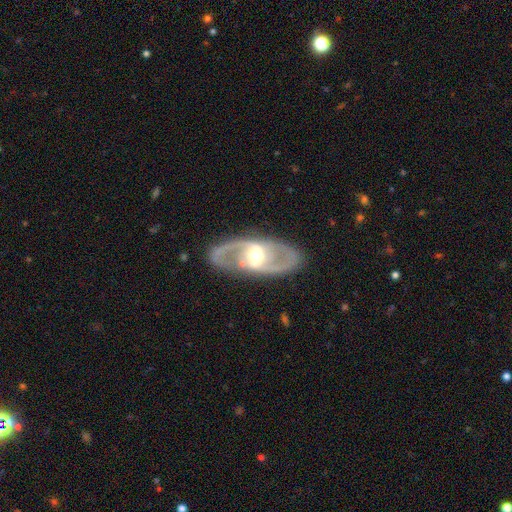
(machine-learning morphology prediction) smooth_or_featured: featured or disk (p=0.88) [alt: smooth p=0.07]
disk_edge_on: no (p=0.94) [alt: yes p=0.06]
bar: weak (p=0.40) [alt: strong p=0.37]
has_spiral_arms: yes (p=0.92) [alt: no p=0.08]
spiral_winding: medium (p=0.58) [alt: loose p=0.23]
spiral_arm_count: 2 (p=0.91) [alt: can't tell p=0.04]
bulge_size: moderate (p=0.61) [alt: small p=0.28]
merging: none (p=0.85) [alt: minor disturbance p=0.09]